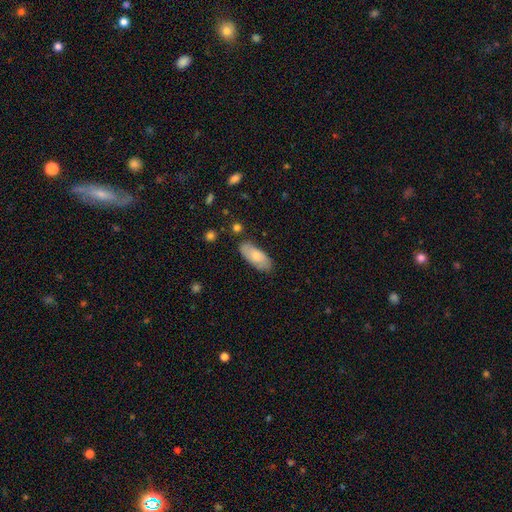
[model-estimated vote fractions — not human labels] Morphology: type=smooth (75%); roundness=in between (85%); merging=none (78%).